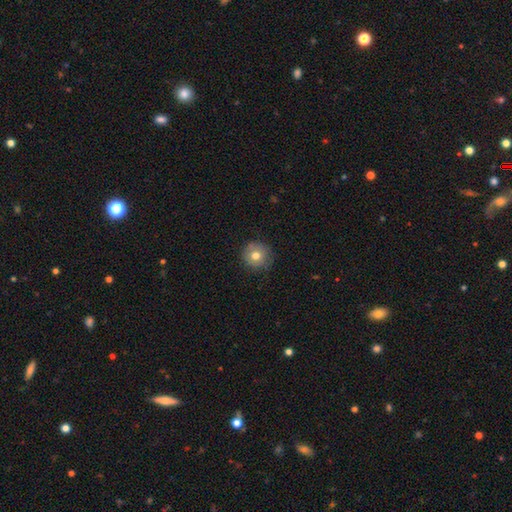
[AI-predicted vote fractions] Smooth or featured? Predicted: smooth (p=0.74). How rounded? Predicted: round (p=0.94). Merging? Predicted: none (p=0.84).